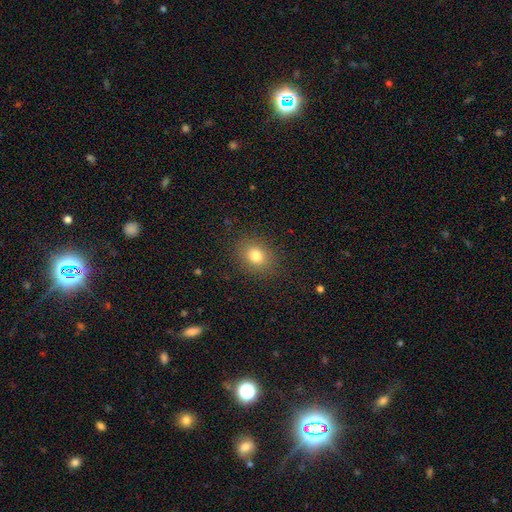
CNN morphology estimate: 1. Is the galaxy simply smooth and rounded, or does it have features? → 80% smooth, 12% star or artifact, 8% featured or disk.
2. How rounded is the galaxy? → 52% round, 47% in between, 1% cigar-shaped.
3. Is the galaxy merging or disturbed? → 86% none, 9% minor disturbance, 4% major disturbance, 1% merger.